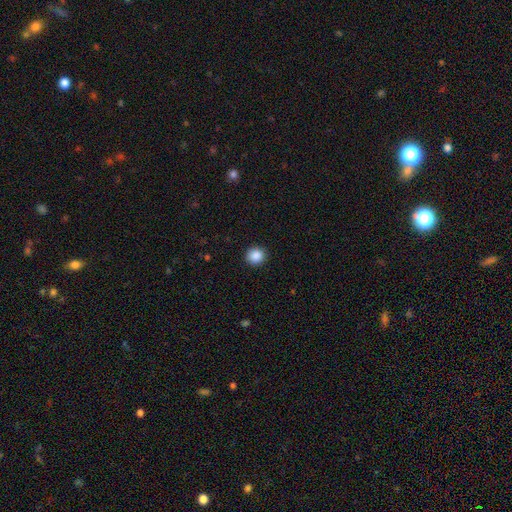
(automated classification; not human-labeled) smooth_or_featured: smooth (p=0.88) [alt: star or artifact p=0.09]
how_rounded: round (p=0.90) [alt: in between p=0.09]
merging: none (p=0.92) [alt: minor disturbance p=0.05]